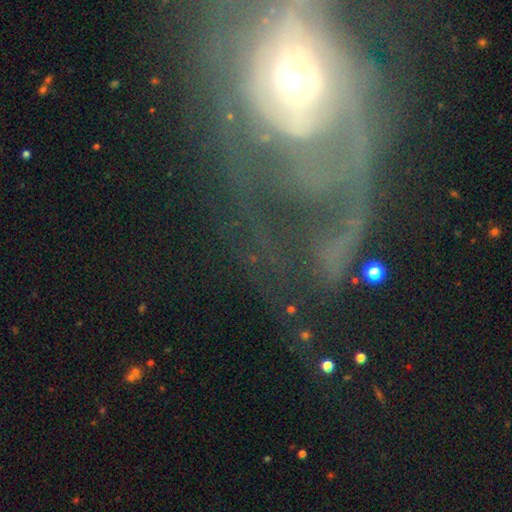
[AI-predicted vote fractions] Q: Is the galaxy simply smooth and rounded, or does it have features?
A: featured or disk — 70%.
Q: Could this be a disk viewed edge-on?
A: no — 93%.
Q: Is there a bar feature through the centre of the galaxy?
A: no — 60%.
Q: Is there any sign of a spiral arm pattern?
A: yes — 66%.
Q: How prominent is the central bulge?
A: moderate — 59%.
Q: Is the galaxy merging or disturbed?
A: major disturbance — 43%.